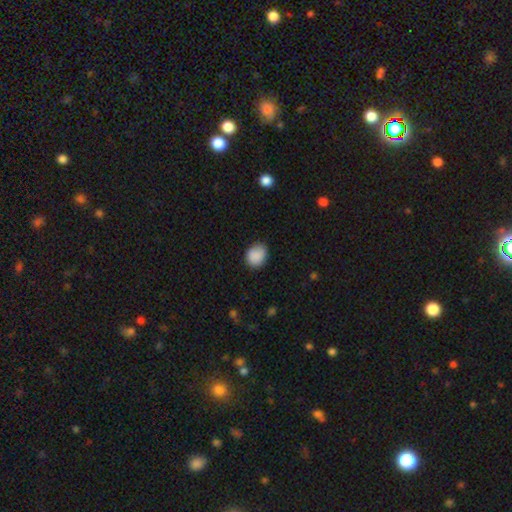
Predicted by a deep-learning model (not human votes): smooth 88%, star or artifact 8%, featured or disk 4%. Down the decision tree: how rounded — round (59%); merging — none (78%).